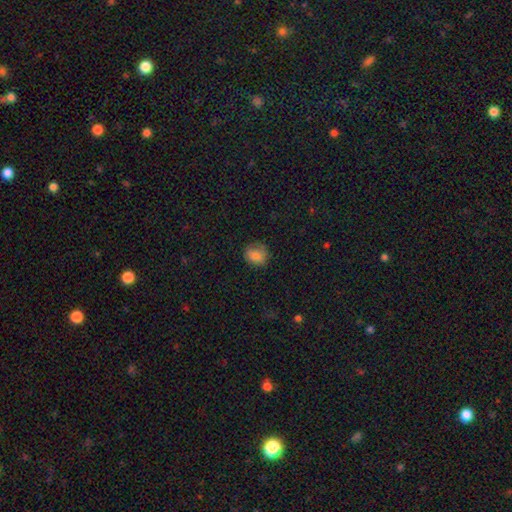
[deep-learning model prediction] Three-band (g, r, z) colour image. It shows a smooth galaxy with no disk features (82%) that is round (63%). Merging: none (73%).